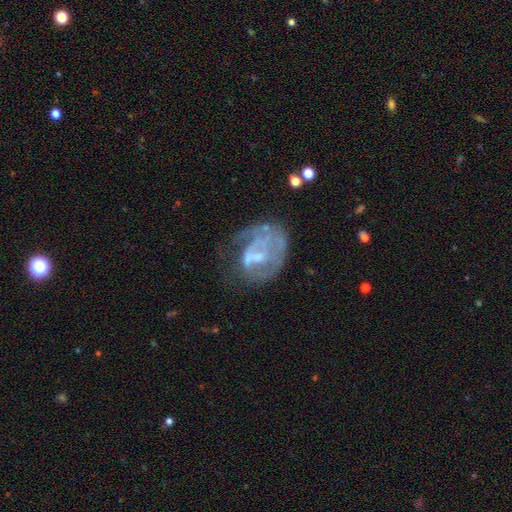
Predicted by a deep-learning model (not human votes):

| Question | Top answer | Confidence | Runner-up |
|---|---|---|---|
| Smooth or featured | featured or disk | 69% | smooth (22%) |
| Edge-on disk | no | 97% | yes (3%) |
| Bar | no | 50% | weak (38%) |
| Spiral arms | yes | 58% | no (42%) |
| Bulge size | small | 41% | moderate (28%) |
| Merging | none | 40% | major disturbance (33%) |